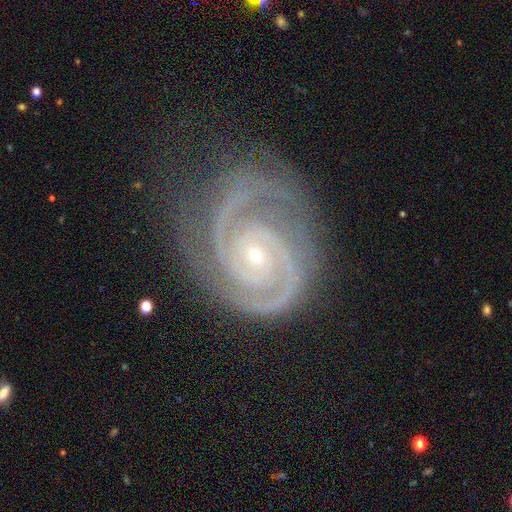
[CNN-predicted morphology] Smooth or featured? Predicted: featured or disk (p=0.93). Edge-on disk? Predicted: no (p=0.98). Bar? Predicted: no (p=0.71). Spiral arms? Predicted: yes (p=0.99). Spiral winding? Predicted: tight (p=0.76). Spiral arm count? Predicted: 2 (p=0.82). Bulge size? Predicted: small (p=0.78). Merging? Predicted: none (p=0.70).